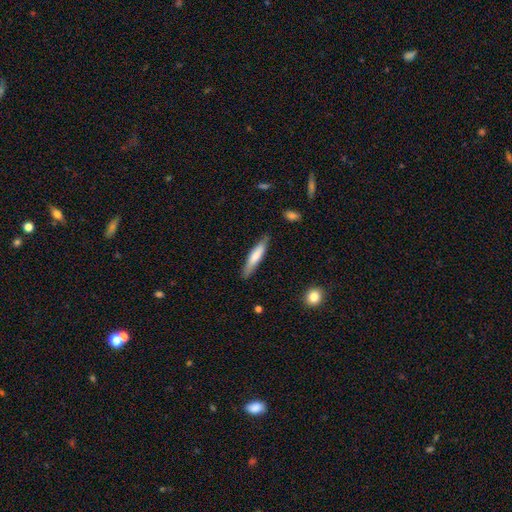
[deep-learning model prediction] smooth 66%, featured or disk 29%, star or artifact 6%. Down the decision tree: how rounded — cigar-shaped (86%); merging — none (84%).